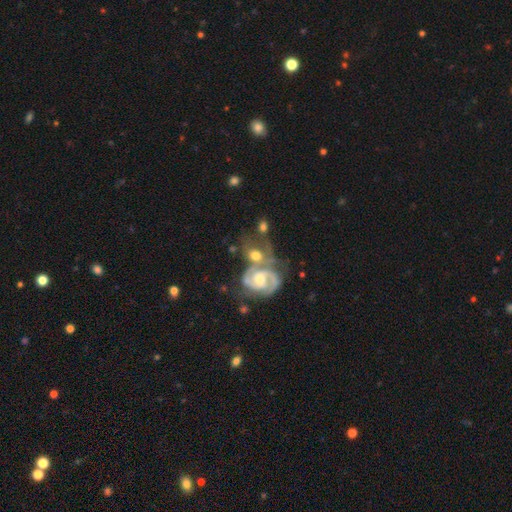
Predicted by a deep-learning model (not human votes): smooth-or-featured: featured or disk: 73% | smooth: 20% | star or artifact: 7%
  disk-edge-on: no: 97% | yes: 3%
    bar: no: 50% | weak: 39% | strong: 11%
    has-spiral-arms: yes: 93% | no: 7%
      spiral-winding: medium: 51% | tight: 36% | loose: 13%
      spiral-arm-count: 2: 82% | can't tell: 7% | 3: 5% | 1: 3% | 4: 2% | more than 4: 2%
    bulge-size: moderate: 52% | small: 38% | large: 6% | none: 3% | dominant: 1%
  merging: merger: 49% | none: 30% | minor disturbance: 12% | major disturbance: 8%